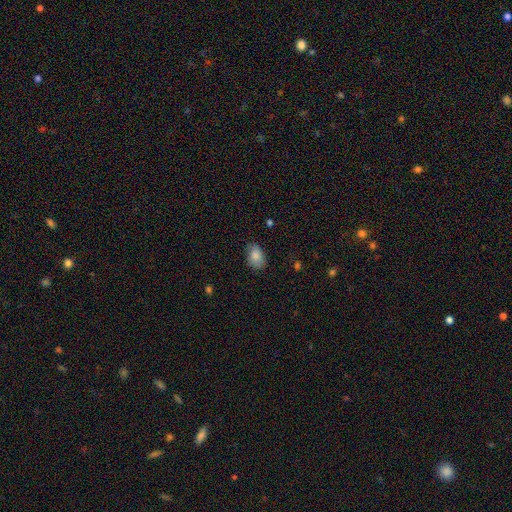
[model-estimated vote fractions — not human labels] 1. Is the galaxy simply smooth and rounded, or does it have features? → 84% smooth, 8% featured or disk, 8% star or artifact.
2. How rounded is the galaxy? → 84% in between, 15% round, 1% cigar-shaped.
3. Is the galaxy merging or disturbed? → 71% none, 23% minor disturbance, 5% major disturbance, 1% merger.